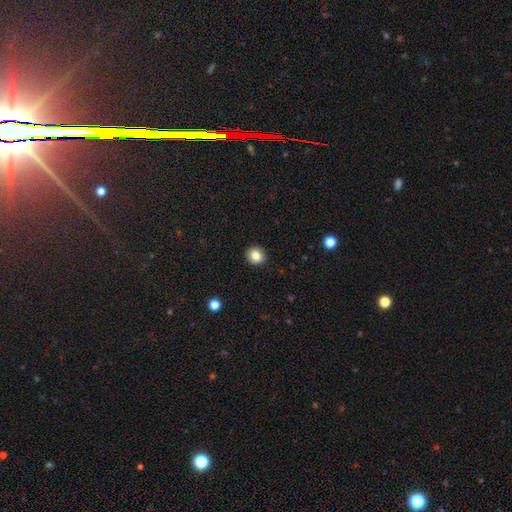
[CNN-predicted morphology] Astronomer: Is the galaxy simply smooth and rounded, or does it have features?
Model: smooth — 83%.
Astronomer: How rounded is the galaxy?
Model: round — 84%.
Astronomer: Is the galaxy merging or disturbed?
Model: none — 92%.